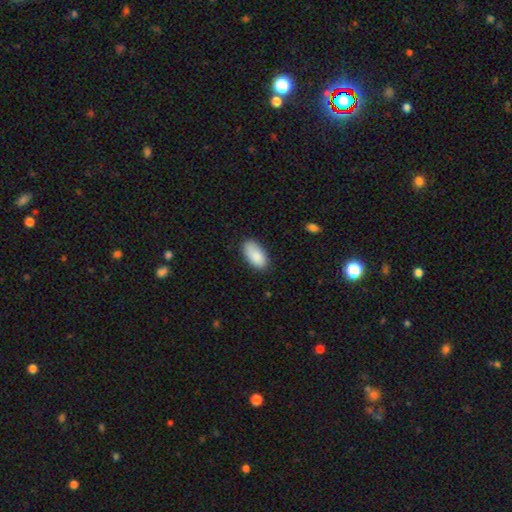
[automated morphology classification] This appears to be a smooth galaxy with no disk features (88%) that is in between round and cigar-shaped (94%). Merging: none (80%).